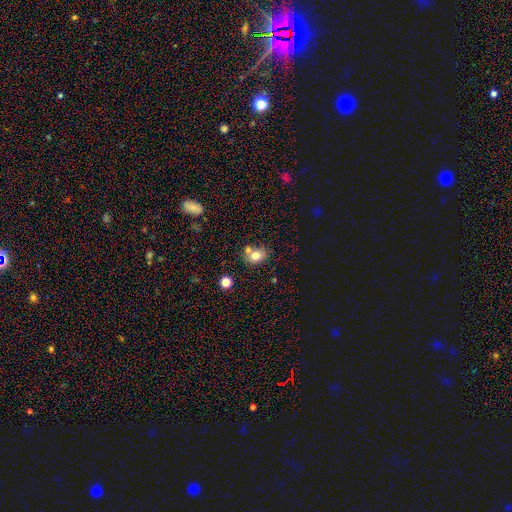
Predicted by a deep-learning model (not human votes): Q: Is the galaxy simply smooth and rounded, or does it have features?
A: smooth — 73%.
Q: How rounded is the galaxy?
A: round — 52%.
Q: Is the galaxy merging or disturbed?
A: none — 56%.